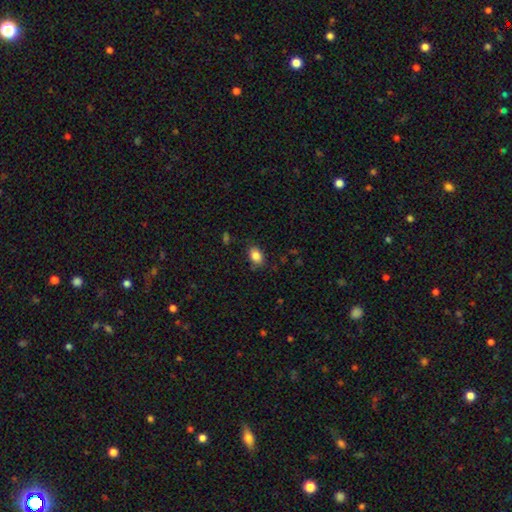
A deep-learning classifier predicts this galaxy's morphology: Q: Smooth or featured?
A: smooth (86%); runner-up: star or artifact (9%)
Q: How rounded?
A: in between (80%); runner-up: round (19%)
Q: Merging?
A: none (80%); runner-up: minor disturbance (15%)